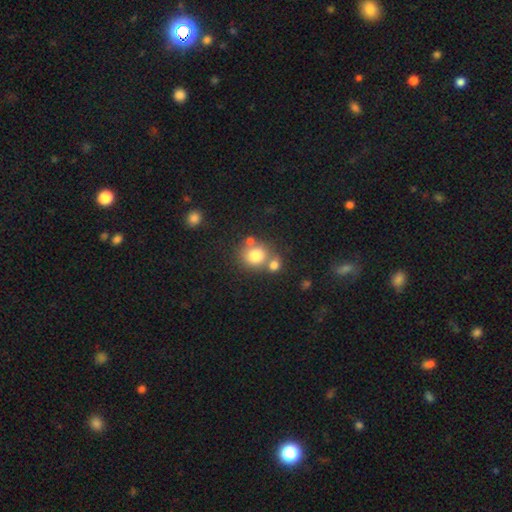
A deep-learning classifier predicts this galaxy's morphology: This appears to be a smooth galaxy with no disk features (78%) that is round (82%). Merging: none (54%).